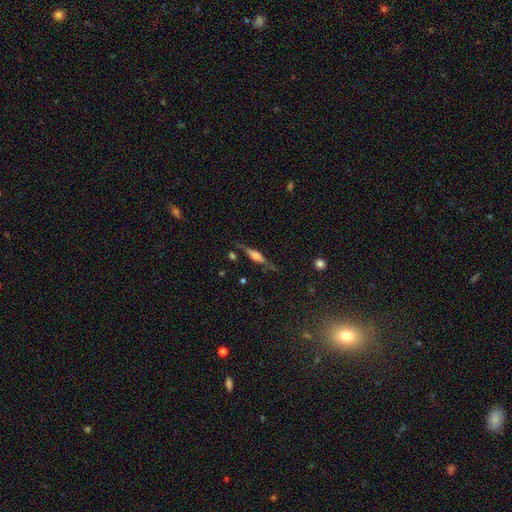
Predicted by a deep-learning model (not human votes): Smooth or featured? Predicted: featured or disk (p=0.64). Edge-on disk? Predicted: yes (p=0.95). Edge-on bulge? Predicted: rounded (p=0.54). Merging? Predicted: none (p=0.78).